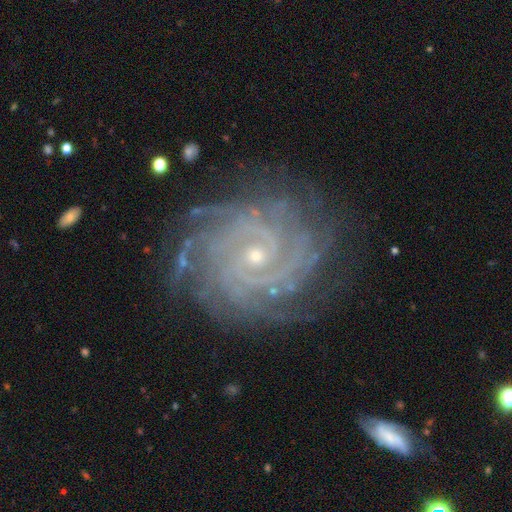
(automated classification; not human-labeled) Smooth or featured? Predicted: featured or disk (p=0.92). Edge-on disk? Predicted: no (p=0.98). Bar? Predicted: no (p=0.64). Spiral arms? Predicted: yes (p=0.98). Spiral winding? Predicted: tight (p=0.83). Spiral arm count? Predicted: more than 4 (p=0.21, tied with 4 and can't tell). Bulge size? Predicted: small (p=0.74). Merging? Predicted: none (p=0.80).